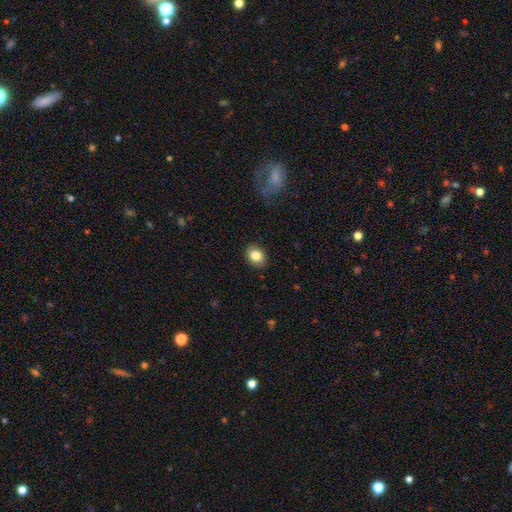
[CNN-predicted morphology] Q: Smooth or featured?
A: smooth (84%); runner-up: star or artifact (9%)
Q: How rounded?
A: round (51%); runner-up: in between (48%)
Q: Merging?
A: none (87%); runner-up: minor disturbance (10%)